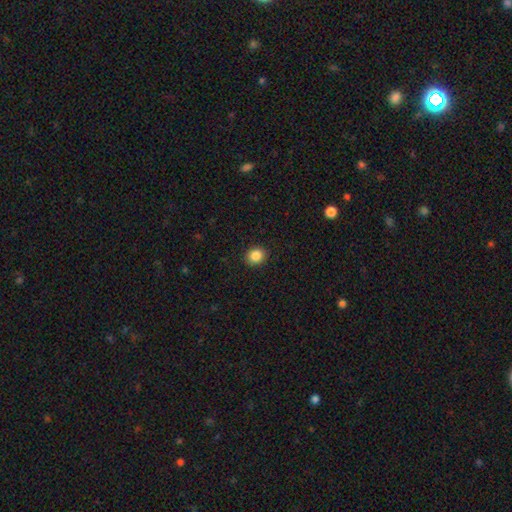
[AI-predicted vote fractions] Smooth or featured? smooth (87%)
How rounded? round (76%)
Merging? none (91%)